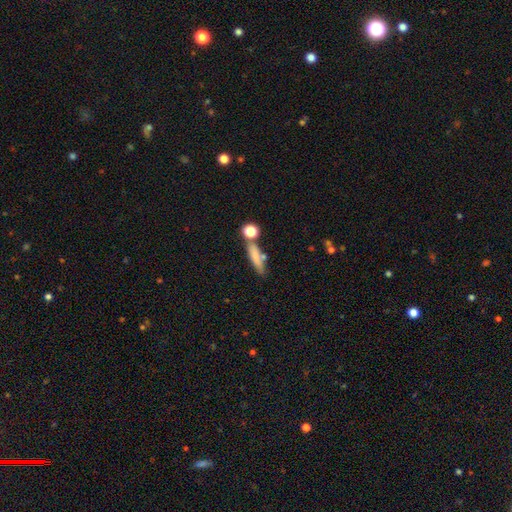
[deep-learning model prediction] A smooth galaxy with no disk features (74%) that is cigar-shaped (66%). Merging: none (61%).